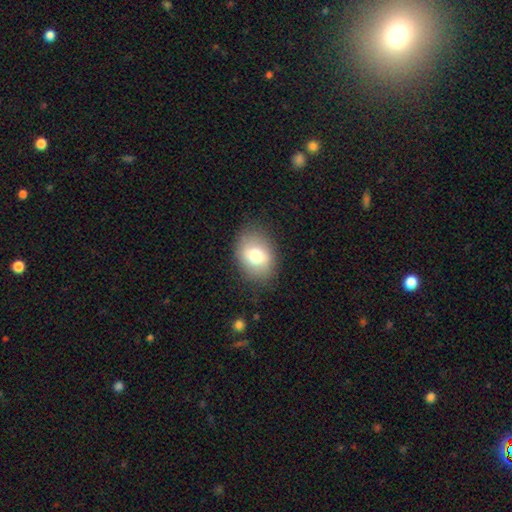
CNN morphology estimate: Smooth or featured? Predicted: smooth (p=0.75). How rounded? Predicted: in between (p=0.67). Merging? Predicted: none (p=0.81).